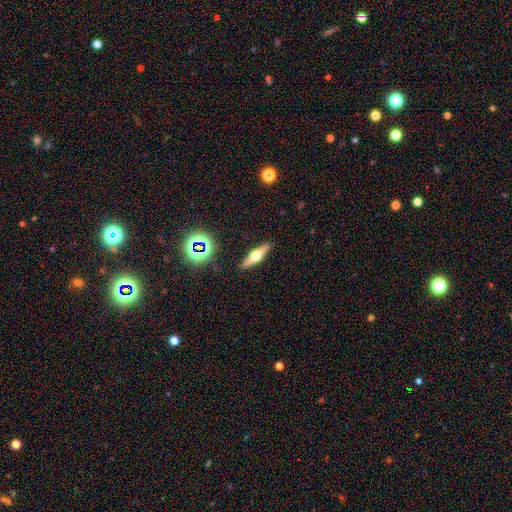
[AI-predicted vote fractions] featured or disk 65%, smooth 26%, star or artifact 9%. Down the decision tree: edge-on disk — yes (96%); edge-on bulge — rounded (95%); merging — none (90%).